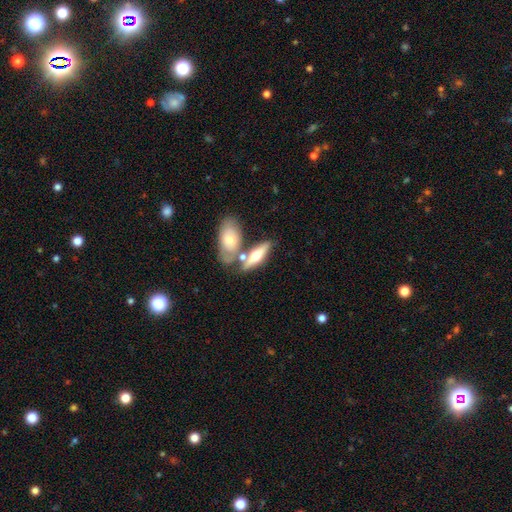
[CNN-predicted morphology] A smooth galaxy with no disk features (50%).

Vote fractions:
- Smooth or featured? smooth: 50% / featured or disk: 45% / star or artifact: 6%
- Merging? none: 47% / merger: 37% / minor disturbance: 12% / major disturbance: 4%